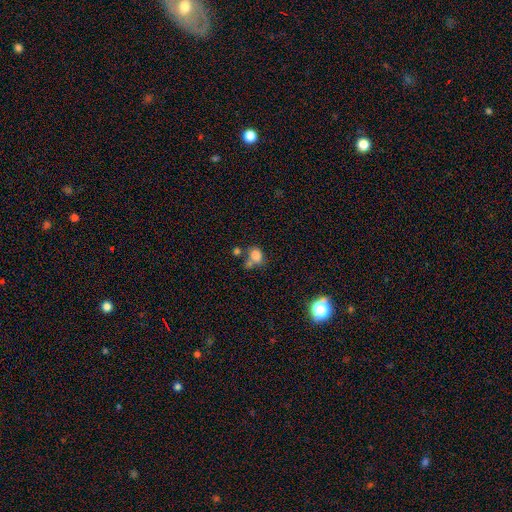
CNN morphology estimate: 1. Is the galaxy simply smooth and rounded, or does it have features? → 79% smooth, 12% star or artifact, 9% featured or disk.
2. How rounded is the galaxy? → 52% in between, 47% round, 1% cigar-shaped.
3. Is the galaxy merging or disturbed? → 41% none, 34% merger, 16% minor disturbance, 10% major disturbance.